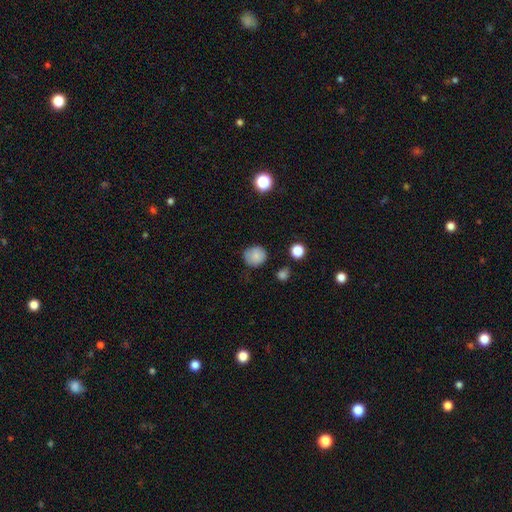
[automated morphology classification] type=smooth (83%); roundness=round (85%); merging=none (76%).